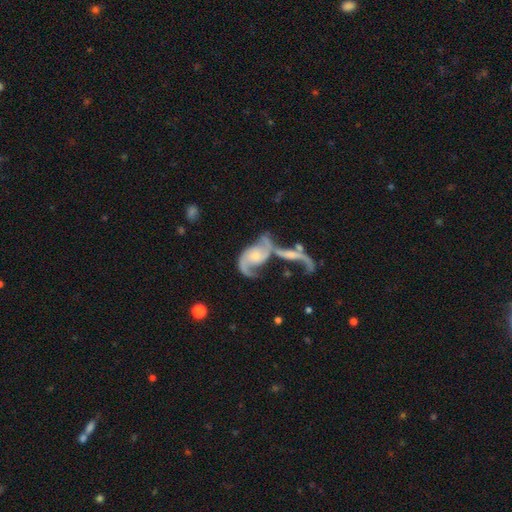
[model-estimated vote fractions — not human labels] A featured or disk galaxy (87%) with no bar (62%), 2 (87%) loose (55%) spiral arms (95%) and a small central bulge (45%). Merging: merger (52%).